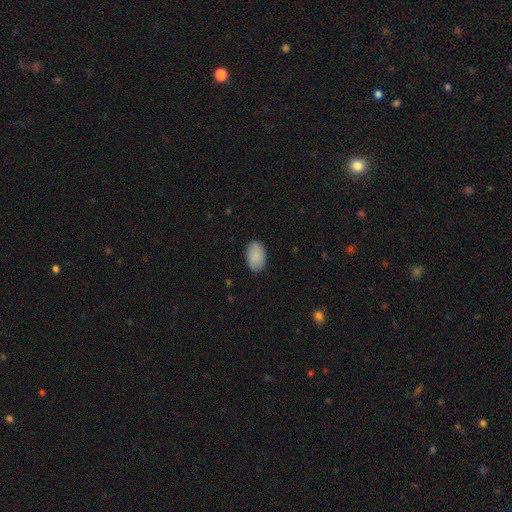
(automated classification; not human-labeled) Morphology: type=smooth (89%); roundness=in between (90%); merging=none (85%).